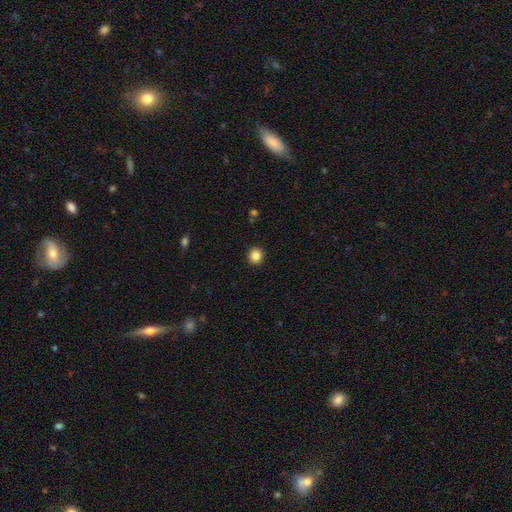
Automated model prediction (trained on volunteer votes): smooth-or-featured: smooth: 85% | star or artifact: 11% | featured or disk: 4%
  how-rounded: round: 92% | in between: 7% | cigar-shaped: 1%
  merging: none: 93% | minor disturbance: 4% | major disturbance: 2% | merger: 1%